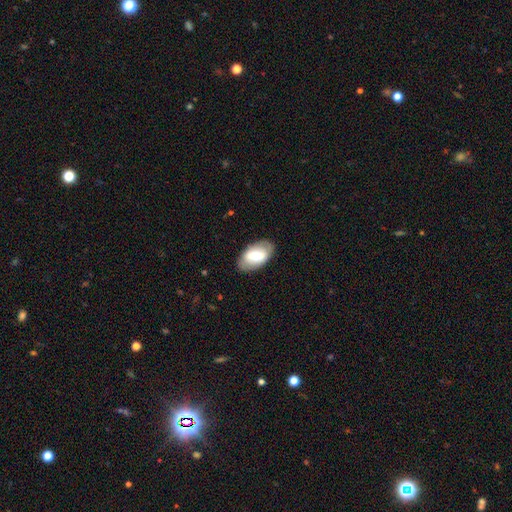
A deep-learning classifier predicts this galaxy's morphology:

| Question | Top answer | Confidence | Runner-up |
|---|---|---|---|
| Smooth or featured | smooth | 52% | featured or disk (42%) |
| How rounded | in between | 93% | round (5%) |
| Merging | none | 84% | minor disturbance (11%) |